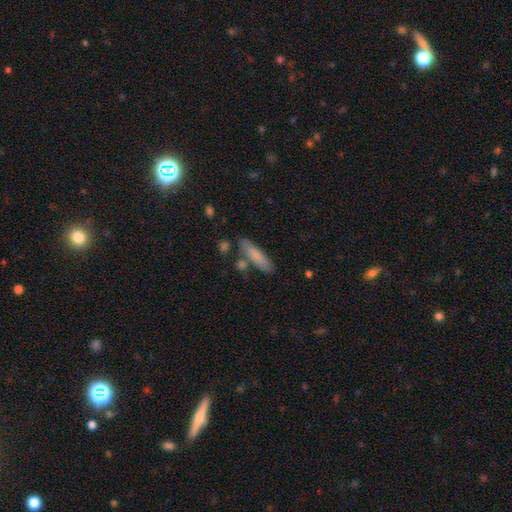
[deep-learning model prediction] A smooth galaxy with no disk features (77%) that is cigar-shaped (72%). Merging: none (74%).